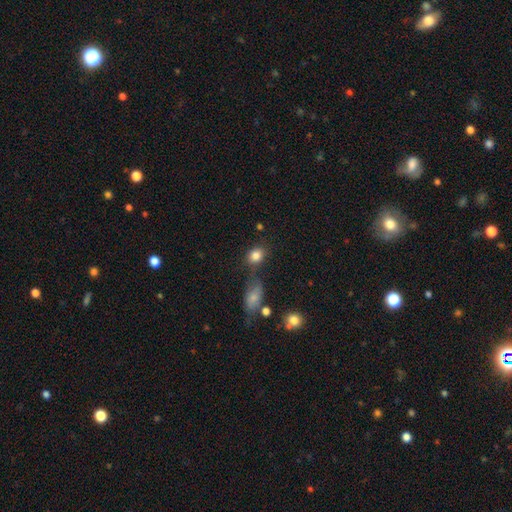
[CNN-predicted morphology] A smooth galaxy with no disk features (83%) that is in between round and cigar-shaped (52%).

Vote fractions:
- Smooth or featured? smooth: 83% / star or artifact: 10% / featured or disk: 7%
- How rounded? in between: 52% / round: 46% / cigar-shaped: 2%
- Merging? none: 62% / minor disturbance: 16% / merger: 16% / major disturbance: 6%